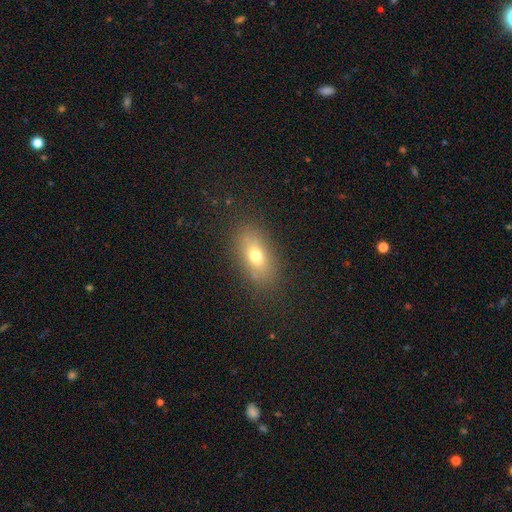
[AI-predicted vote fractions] This is likely a smooth galaxy (71%). How rounded: clearly in between (82%). Merging: clearly none (83%).